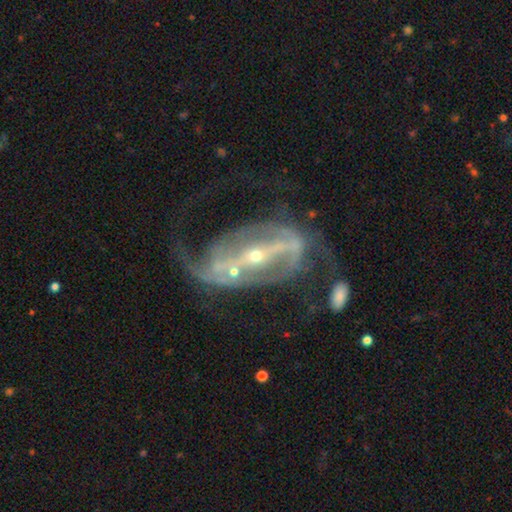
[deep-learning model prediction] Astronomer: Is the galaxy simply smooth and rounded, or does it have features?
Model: featured or disk — 90%.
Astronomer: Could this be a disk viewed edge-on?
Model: no — 93%.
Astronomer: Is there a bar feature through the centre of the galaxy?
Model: strong — 73%.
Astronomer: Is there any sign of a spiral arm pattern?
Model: yes — 93%.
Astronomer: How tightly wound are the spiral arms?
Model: medium — 44% (runner-up: loose, 31%).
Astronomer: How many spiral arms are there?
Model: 2 — 73%.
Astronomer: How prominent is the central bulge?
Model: small — 72%.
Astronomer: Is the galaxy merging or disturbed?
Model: none — 43% (runner-up: major disturbance, 27%).